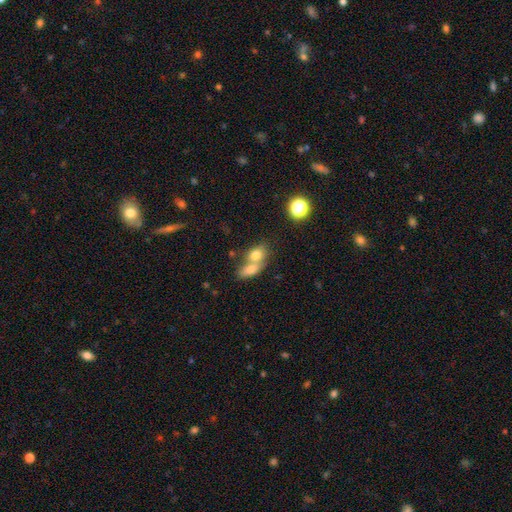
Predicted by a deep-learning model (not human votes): Smooth or featured? Predicted: smooth (p=0.75). How rounded? Predicted: in between (p=0.63). Merging? Predicted: merger (p=0.64).